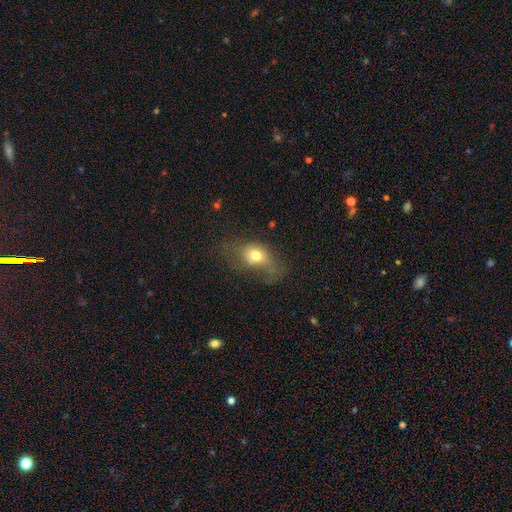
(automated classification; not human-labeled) smooth-or-featured: smooth: 69% | featured or disk: 20% | star or artifact: 11%
  how-rounded: in between: 65% | round: 34% | cigar-shaped: 2%
  merging: major disturbance: 36% | none: 34% | minor disturbance: 27% | merger: 3%